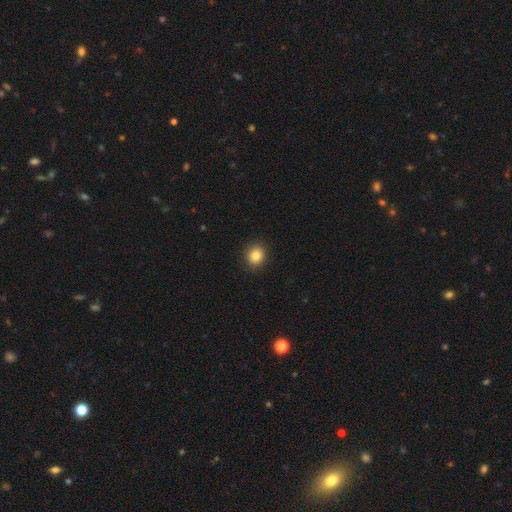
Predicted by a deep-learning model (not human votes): smooth-or-featured: smooth: 84% | star or artifact: 10% | featured or disk: 5%
  how-rounded: round: 74% | in between: 25% | cigar-shaped: 1%
  merging: none: 90% | minor disturbance: 7% | major disturbance: 2% | merger: 1%